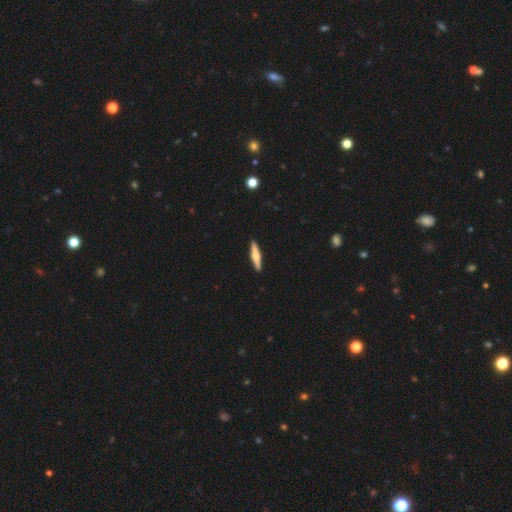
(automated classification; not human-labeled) Morphology: type=featured or disk (54%); edge-on=yes (96%); edge-on bulge=rounded (89%); merging=none (92%).